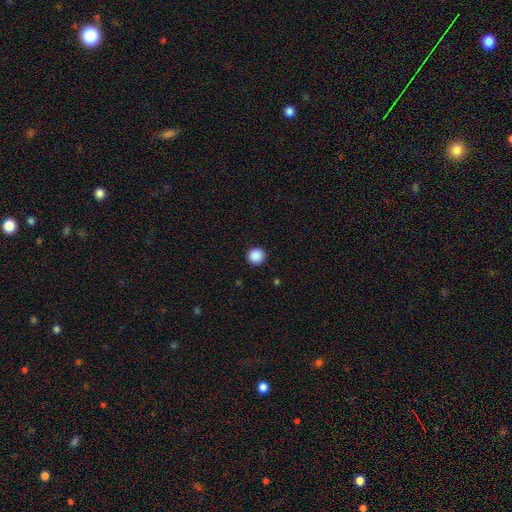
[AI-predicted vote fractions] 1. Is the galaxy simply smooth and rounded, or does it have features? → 89% smooth, 9% star or artifact, 2% featured or disk.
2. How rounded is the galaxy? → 94% round, 5% in between, 1% cigar-shaped.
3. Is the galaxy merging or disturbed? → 93% none, 5% minor disturbance, 2% major disturbance, 1% merger.